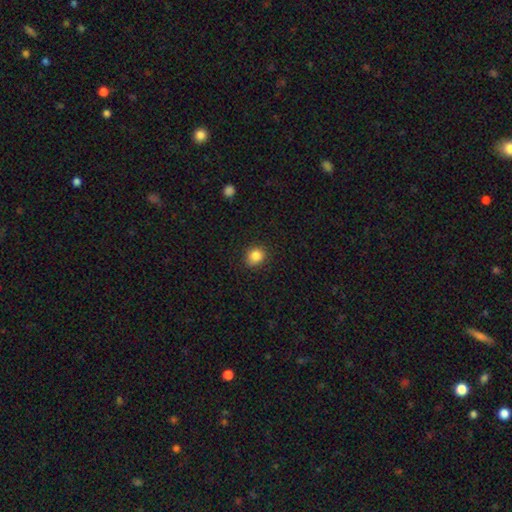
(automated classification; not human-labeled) This appears to be a smooth galaxy with no disk features (85%) that is round (74%). Merging: none (86%).